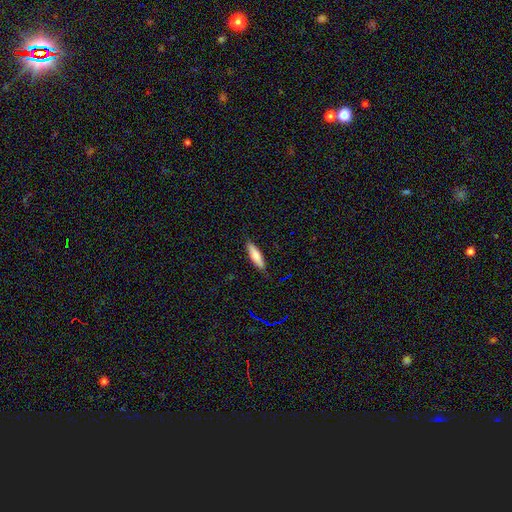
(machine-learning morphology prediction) Smooth or featured? smooth (76%)
How rounded? cigar-shaped (70%)
Merging? none (86%)